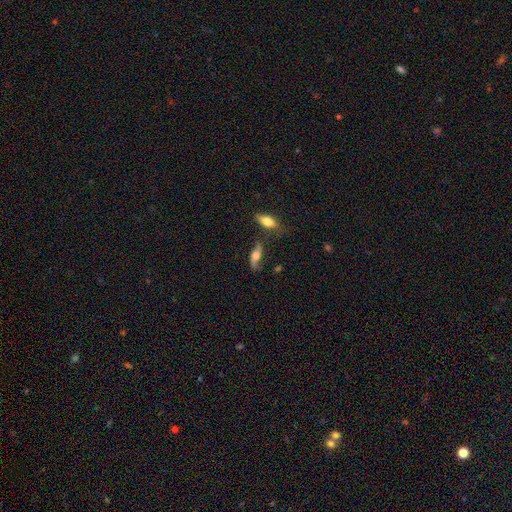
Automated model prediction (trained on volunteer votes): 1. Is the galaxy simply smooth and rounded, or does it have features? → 52% featured or disk, 39% smooth, 9% star or artifact.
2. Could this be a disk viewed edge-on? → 75% no, 25% yes.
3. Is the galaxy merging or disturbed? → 55% none, 23% minor disturbance, 13% major disturbance, 9% merger.